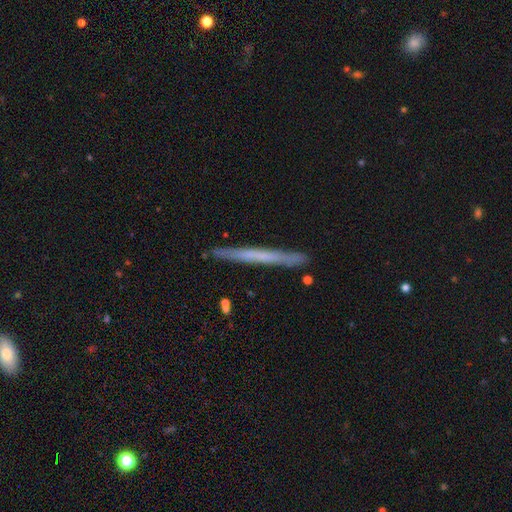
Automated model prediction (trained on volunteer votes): Smooth or featured? Predicted: featured or disk (p=0.50). Edge-on disk? Predicted: yes (p=0.96). Merging? Predicted: none (p=0.89).